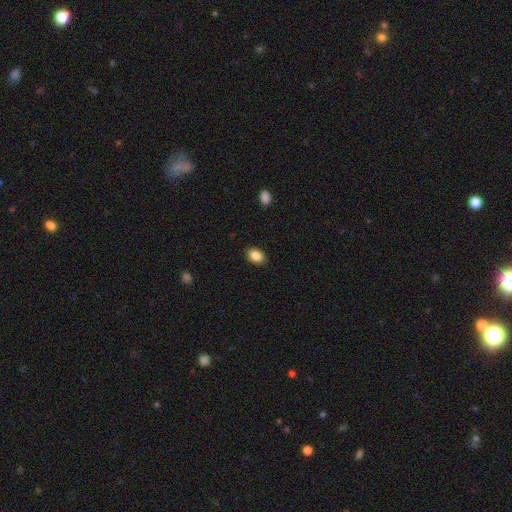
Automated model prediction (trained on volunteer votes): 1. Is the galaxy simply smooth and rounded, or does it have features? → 87% smooth, 8% star or artifact, 4% featured or disk.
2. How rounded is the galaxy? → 78% in between, 21% round, 1% cigar-shaped.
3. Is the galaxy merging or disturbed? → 88% none, 9% minor disturbance, 2% major disturbance, 1% merger.